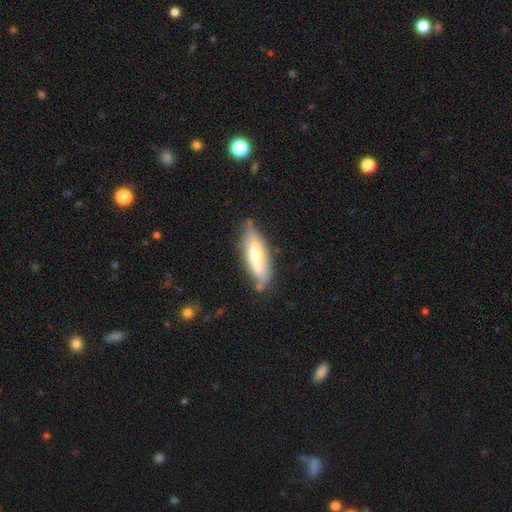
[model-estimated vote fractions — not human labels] Q: Smooth or featured?
A: smooth (51%); runner-up: featured or disk (42%)
Q: How rounded?
A: cigar-shaped (57%); runner-up: in between (42%)
Q: Merging?
A: none (72%); runner-up: minor disturbance (21%)